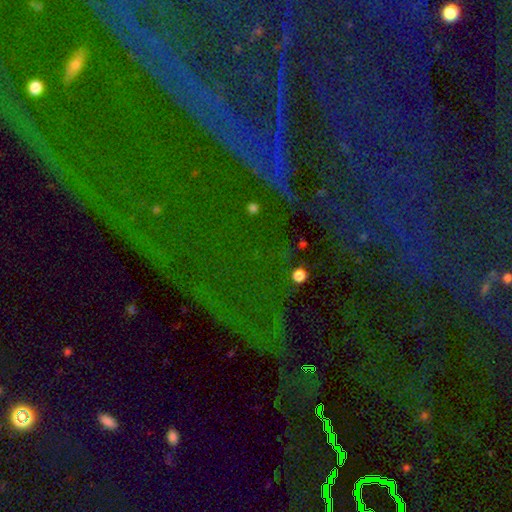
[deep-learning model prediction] This is clearly a star or artifact rather than a galaxy (81%).